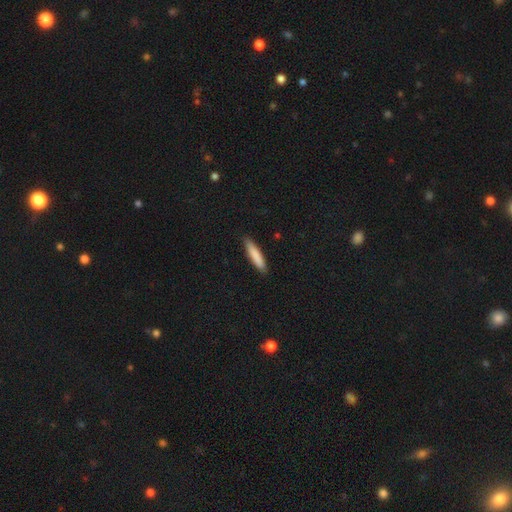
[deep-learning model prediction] Smooth or featured?
  - smooth: 84% *
  - featured or disk: 11%
  - star or artifact: 5%
How rounded?
  - cigar-shaped: 86% *
  - in between: 13%
  - round: 1%
Merging?
  - none: 88% *
  - minor disturbance: 9%
  - major disturbance: 2%
  - merger: 1%